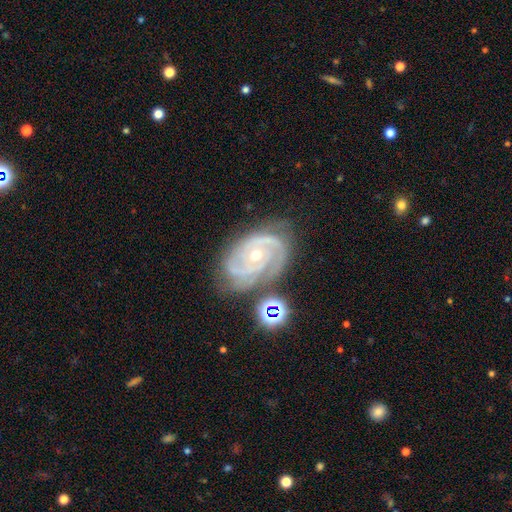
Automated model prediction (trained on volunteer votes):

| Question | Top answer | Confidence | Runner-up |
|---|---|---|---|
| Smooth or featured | featured or disk | 89% | star or artifact (6%) |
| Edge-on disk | no | 97% | yes (3%) |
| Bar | no | 72% | weak (21%) |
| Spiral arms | yes | 98% | no (2%) |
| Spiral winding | tight | 69% | medium (27%) |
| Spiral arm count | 3 | 41% | 2 (30%) |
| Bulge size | small | 52% | moderate (46%) |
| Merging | none | 64% | minor disturbance (22%) |